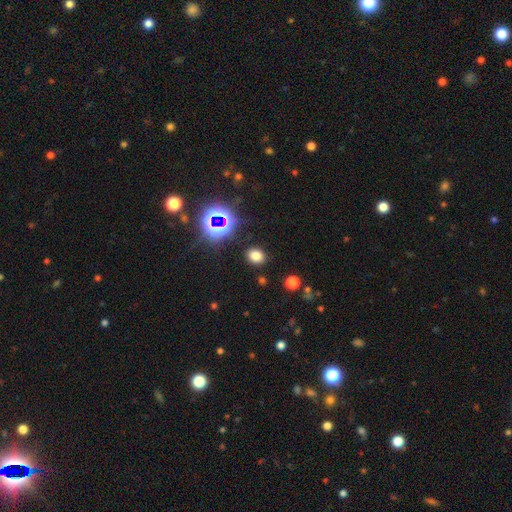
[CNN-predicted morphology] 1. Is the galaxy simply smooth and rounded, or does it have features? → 72% smooth, 21% star or artifact, 7% featured or disk.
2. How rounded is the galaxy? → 51% in between, 48% round, 1% cigar-shaped.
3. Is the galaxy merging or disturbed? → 87% none, 8% minor disturbance, 3% major disturbance, 2% merger.